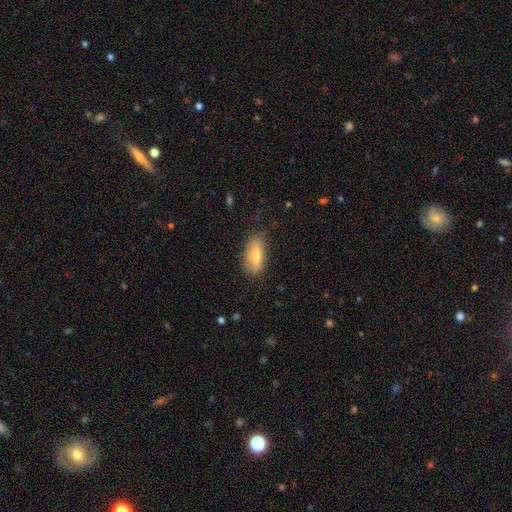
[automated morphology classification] smooth 69%, featured or disk 24%, star or artifact 7%. Down the decision tree: how rounded — in between (63%); merging — none (79%).